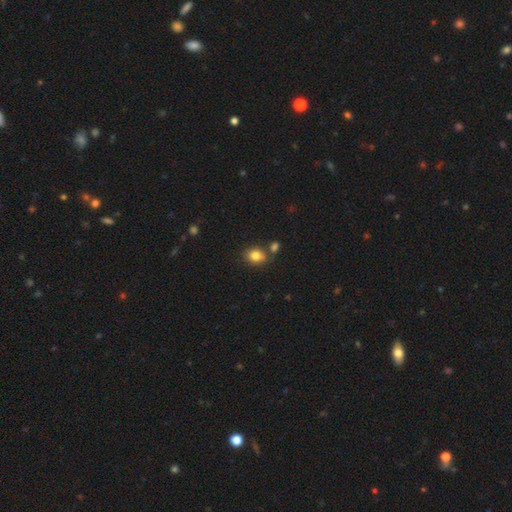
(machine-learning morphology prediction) type=smooth (82%); roundness=in between (51%); merging=none (67%).